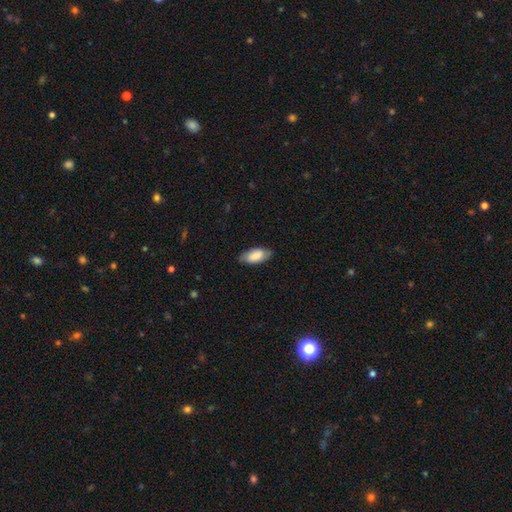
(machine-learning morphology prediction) This appears to be a smooth galaxy with no disk features (78%) that is in between round and cigar-shaped (89%). Merging: none (78%).